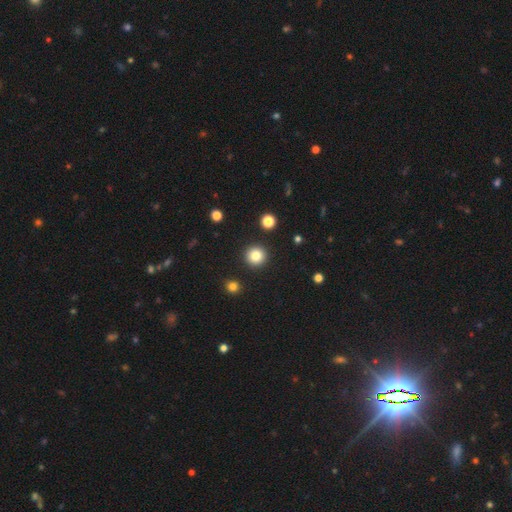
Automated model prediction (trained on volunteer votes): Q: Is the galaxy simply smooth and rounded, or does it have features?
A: smooth — 84%.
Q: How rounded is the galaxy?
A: round — 95%.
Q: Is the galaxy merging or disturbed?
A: none — 92%.